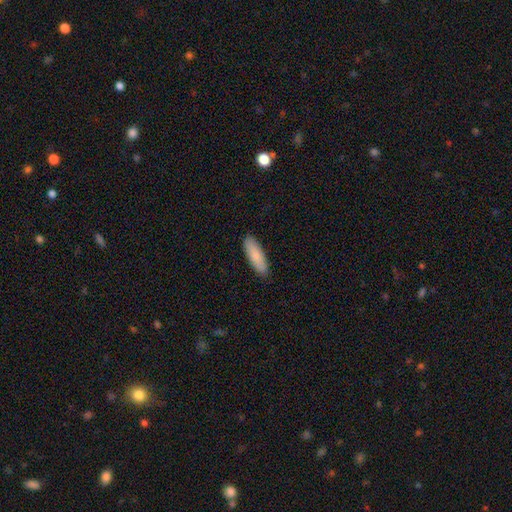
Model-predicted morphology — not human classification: Smooth or featured: smooth — 84% (featured or disk — 10%)
How rounded: cigar-shaped — 57% (in between — 42%)
Merging: none — 90% (minor disturbance — 8%)